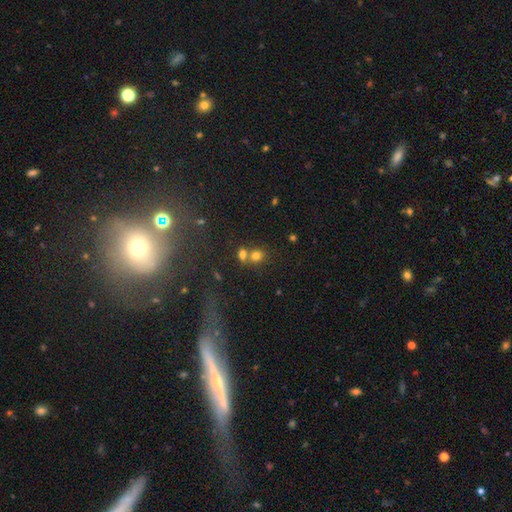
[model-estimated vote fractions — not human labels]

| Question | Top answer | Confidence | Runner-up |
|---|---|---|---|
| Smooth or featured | smooth | 76% | star or artifact (15%) |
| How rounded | round | 75% | in between (24%) |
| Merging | merger | 45% | none (44%) |